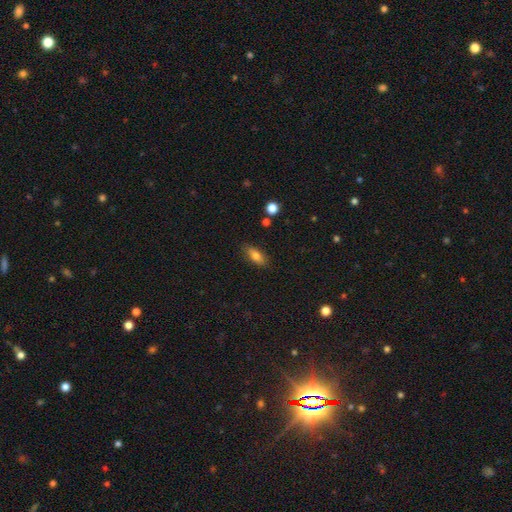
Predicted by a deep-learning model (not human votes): A smooth galaxy with no disk features (77%) that is in between round and cigar-shaped (74%).

Vote fractions:
- Smooth or featured? smooth: 77% / featured or disk: 15% / star or artifact: 8%
- How rounded? in between: 74% / cigar-shaped: 23% / round: 4%
- Merging? none: 83% / minor disturbance: 12% / major disturbance: 3% / merger: 2%